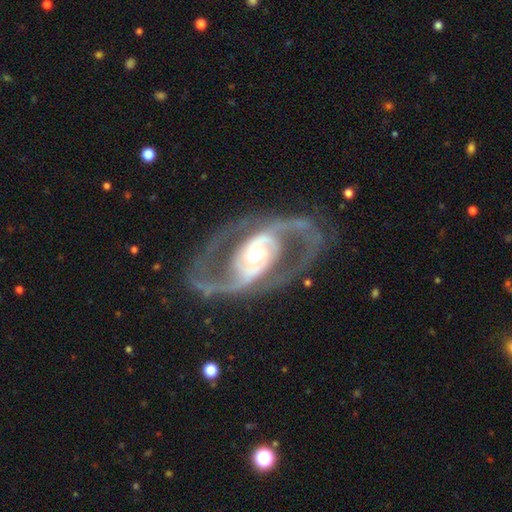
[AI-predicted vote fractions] featured or disk 89%, smooth 7%, star or artifact 4%. Down the decision tree: edge-on disk — no (95%); bar — no (52%); spiral arms — yes (87%); spiral arm count — 2 (90%); spiral winding — medium (52%); bulge size — moderate (63%); merging — none (73%).